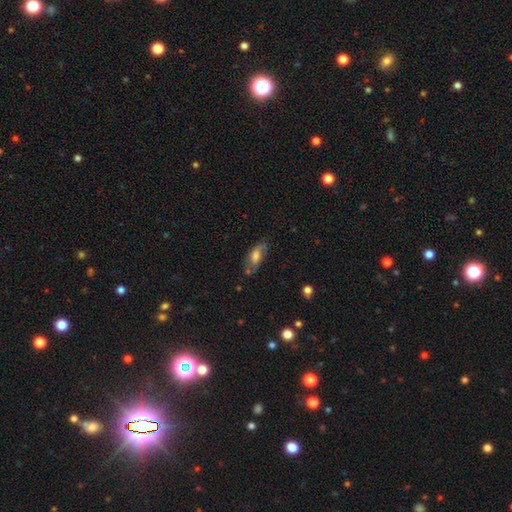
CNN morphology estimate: Q: Smooth or featured?
A: smooth (54%); runner-up: featured or disk (39%)
Q: How rounded?
A: in between (82%); runner-up: cigar-shaped (14%)
Q: Merging?
A: none (66%); runner-up: minor disturbance (23%)